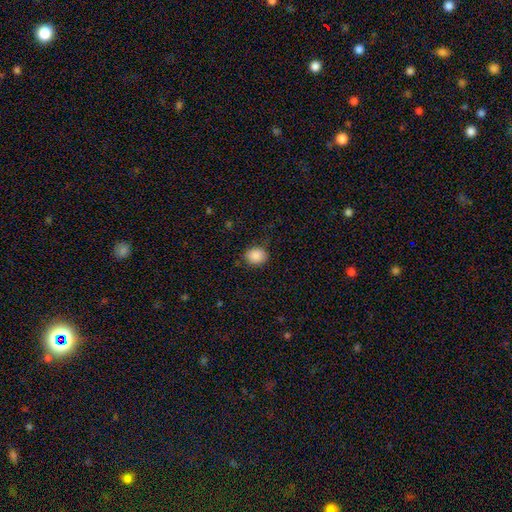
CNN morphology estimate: type=smooth (88%); roundness=round (65%); merging=none (81%).